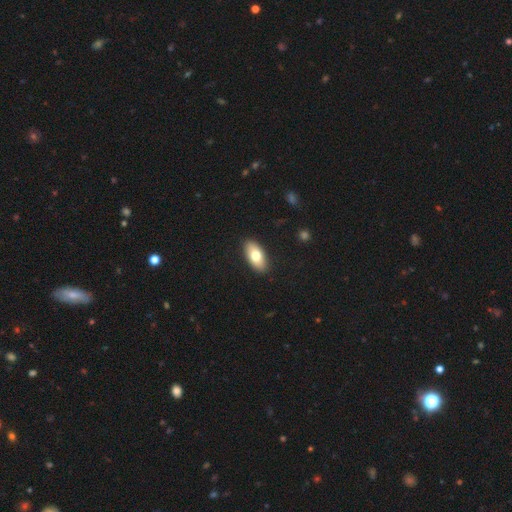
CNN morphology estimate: type=smooth (73%); roundness=in between (90%); merging=none (90%).